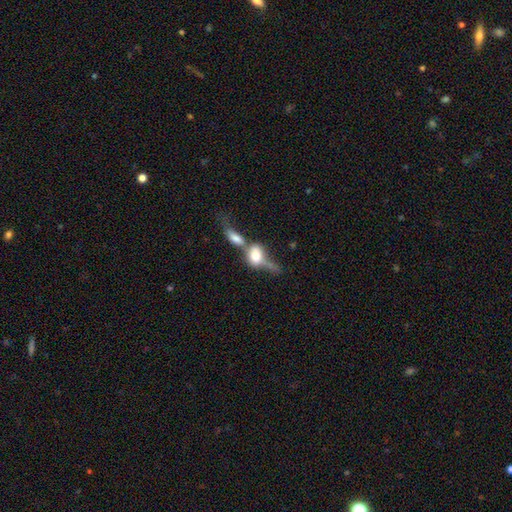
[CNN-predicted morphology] A smooth galaxy with no disk features (59%) that is in between round and cigar-shaped (66%).

Vote fractions:
- Smooth or featured? smooth: 59% / featured or disk: 32% / star or artifact: 9%
- How rounded? in between: 66% / round: 25% / cigar-shaped: 10%
- Merging? merger: 68% / major disturbance: 14% / none: 11% / minor disturbance: 7%